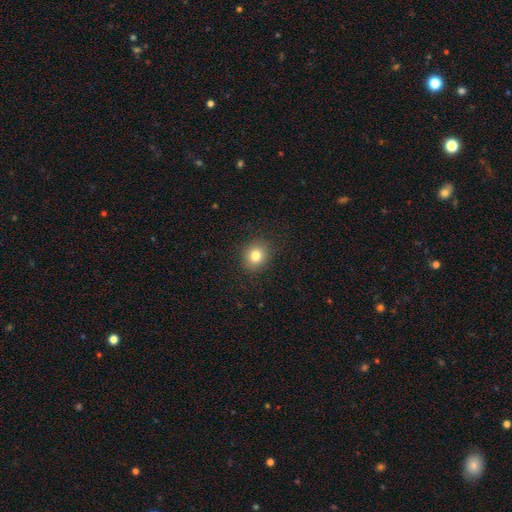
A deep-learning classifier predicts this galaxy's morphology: A smooth galaxy with no disk features (81%) that is round (76%). Merging: none (89%).